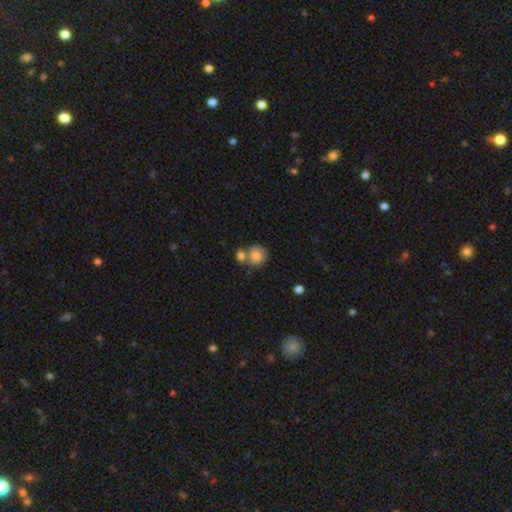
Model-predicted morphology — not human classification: smooth_or_featured: smooth (p=0.82) [alt: featured or disk p=0.11]
how_rounded: round (p=0.81) [alt: in between p=0.18]
merging: none (p=0.43) [alt: merger p=0.41]